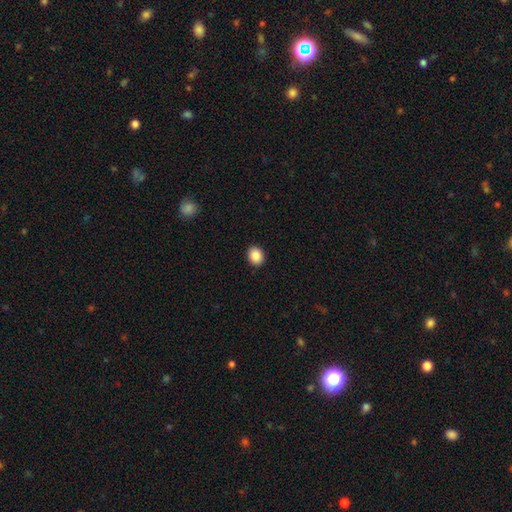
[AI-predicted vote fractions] A smooth galaxy with no disk features (88%) that is round (55%). Merging: none (92%).